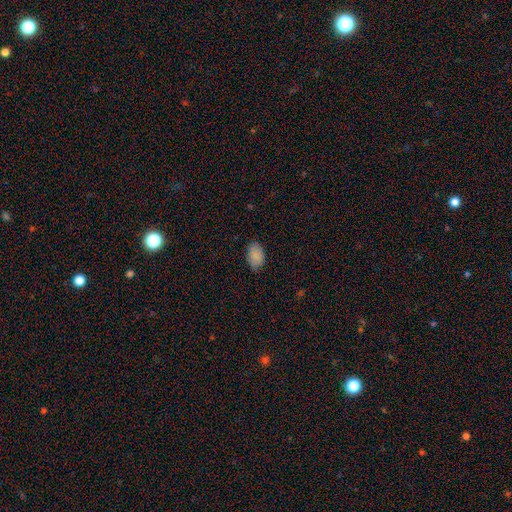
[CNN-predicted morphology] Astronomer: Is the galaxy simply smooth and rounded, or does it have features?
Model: smooth — 88%.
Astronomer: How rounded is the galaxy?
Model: in between — 90%.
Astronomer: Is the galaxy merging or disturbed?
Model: none — 82%.